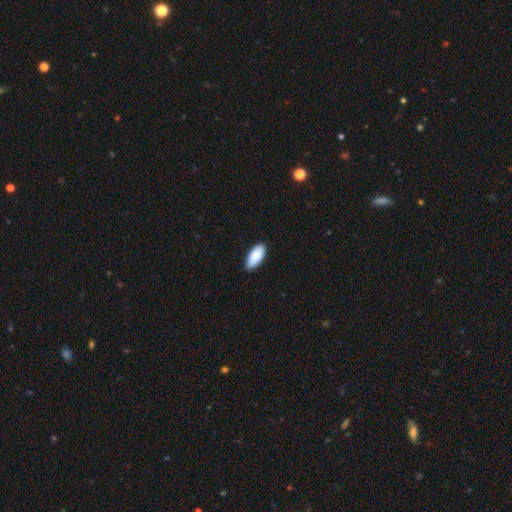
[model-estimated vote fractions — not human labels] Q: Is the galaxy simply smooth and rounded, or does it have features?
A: smooth — 90%.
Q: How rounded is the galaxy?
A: in between — 90%.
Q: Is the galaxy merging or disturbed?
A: none — 85%.